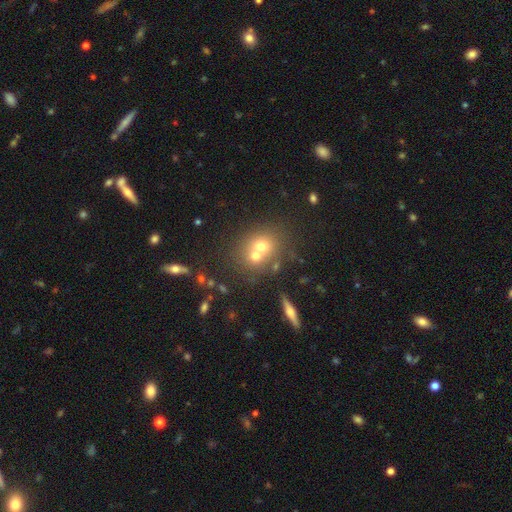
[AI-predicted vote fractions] A smooth galaxy with no disk features (63%) that is round (73%). Merging: merger (58%).